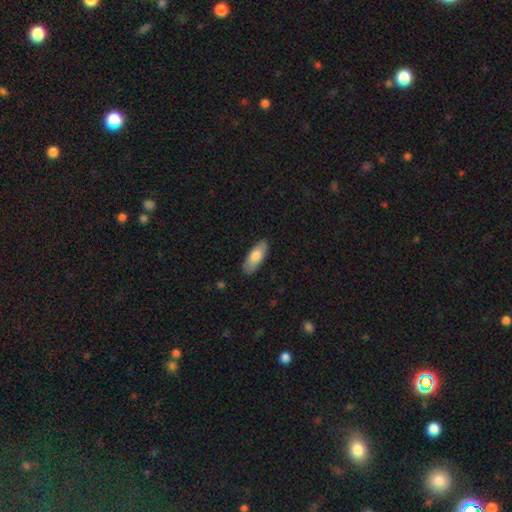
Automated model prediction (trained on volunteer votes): Q: Smooth or featured?
A: smooth (77%); runner-up: featured or disk (17%)
Q: How rounded?
A: in between (76%); runner-up: cigar-shaped (22%)
Q: Merging?
A: none (87%); runner-up: minor disturbance (10%)